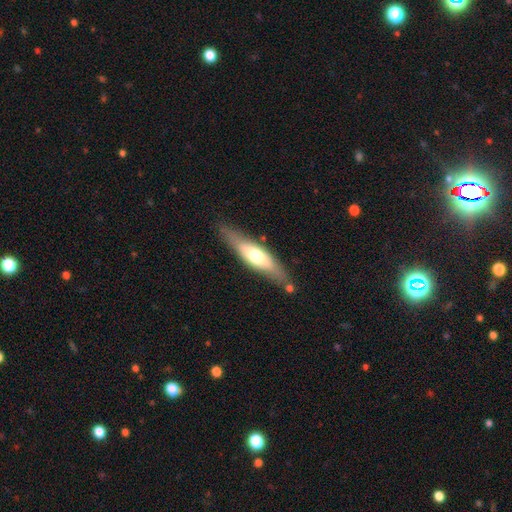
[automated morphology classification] Smooth or featured? featured or disk (50%)
Merging? none (76%)